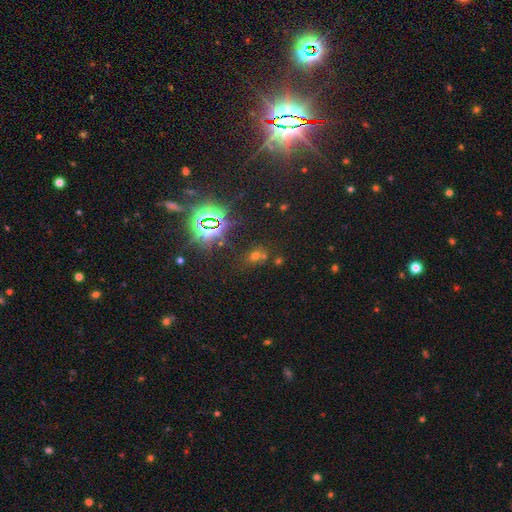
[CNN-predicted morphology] The model was most divided on "smooth or featured": star or artifact: 48%, smooth: 41%, featured or disk: 10%.